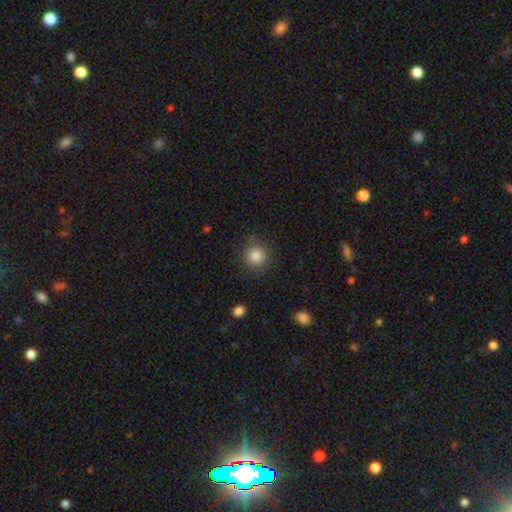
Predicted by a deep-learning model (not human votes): The model was most divided on "merging": none: 85%, minor disturbance: 10%, major disturbance: 4%, merger: 1%. More confident: how rounded — round (91%); smooth or featured — smooth (85%).